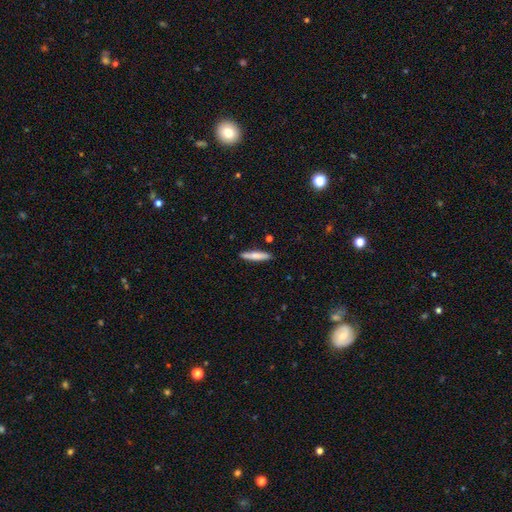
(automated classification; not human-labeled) smooth_or_featured: smooth (p=0.71) [alt: featured or disk p=0.24]
how_rounded: cigar-shaped (p=0.88) [alt: in between p=0.11]
merging: none (p=0.88) [alt: minor disturbance p=0.09]